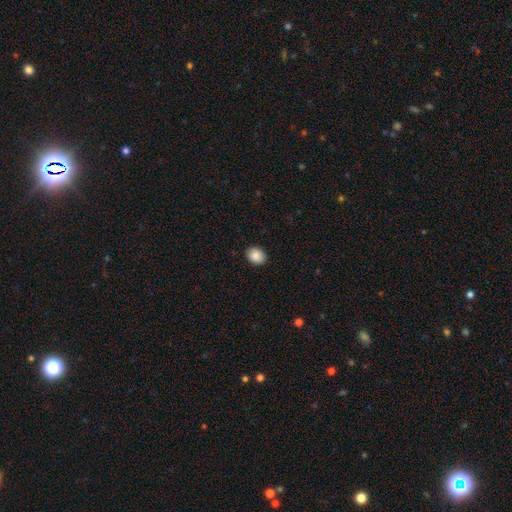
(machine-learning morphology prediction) Smooth or featured? smooth (89%)
How rounded? in between (55%)
Merging? none (89%)